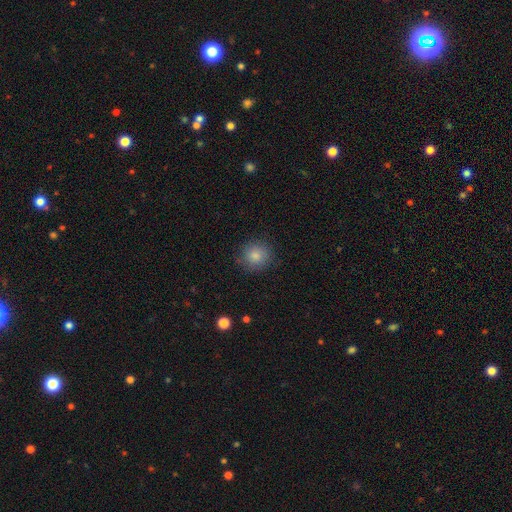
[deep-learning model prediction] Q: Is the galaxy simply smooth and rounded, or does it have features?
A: smooth — 85%.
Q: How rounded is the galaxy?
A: round — 90%.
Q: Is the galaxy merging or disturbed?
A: none — 86%.